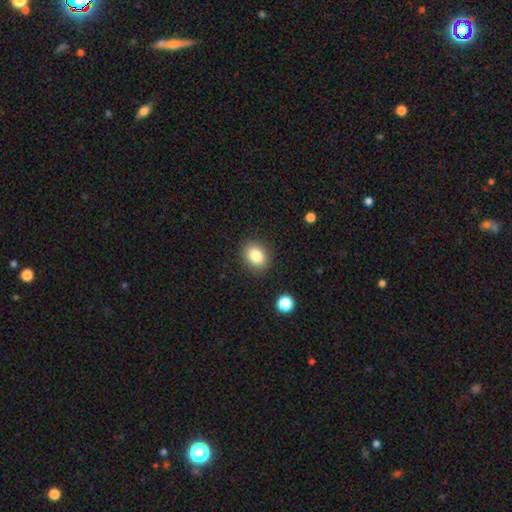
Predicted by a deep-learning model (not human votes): A smooth galaxy with no disk features (83%) that is round (50%).

Vote fractions:
- Smooth or featured? smooth: 83% / star or artifact: 10% / featured or disk: 7%
- How rounded? round: 50% / in between: 49% / cigar-shaped: 1%
- Merging? none: 87% / minor disturbance: 8% / major disturbance: 3% / merger: 1%